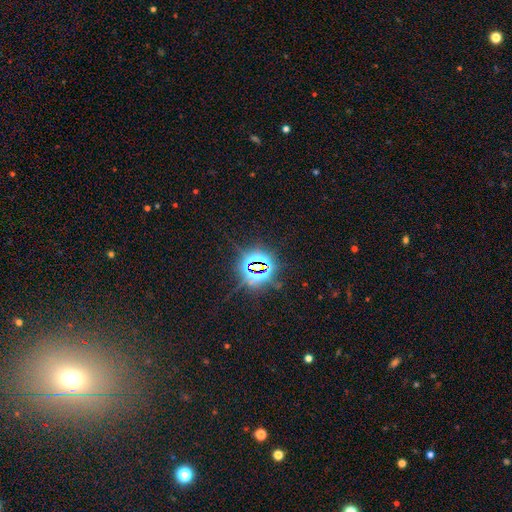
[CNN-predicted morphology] smooth_or_featured: star or artifact (p=0.83) [alt: smooth p=0.09]